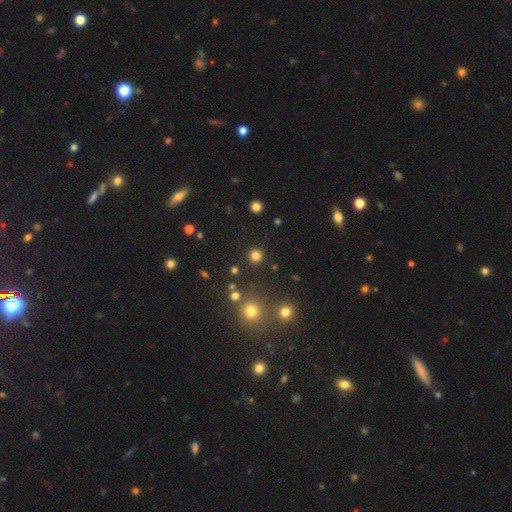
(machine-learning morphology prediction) type=smooth (80%); roundness=round (95%); merging=none (91%).